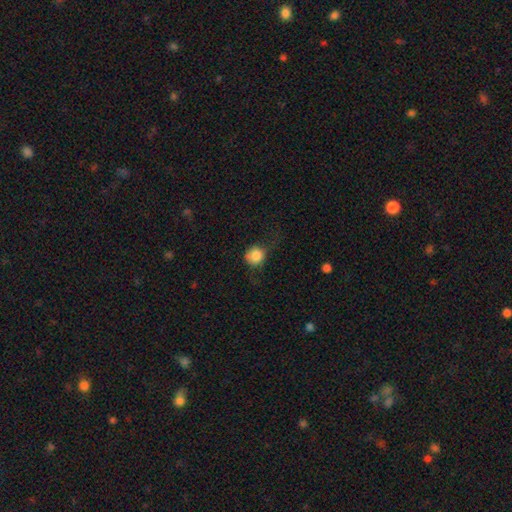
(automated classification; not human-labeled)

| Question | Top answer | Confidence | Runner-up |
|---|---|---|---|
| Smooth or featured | smooth | 83% | star or artifact (9%) |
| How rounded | round | 85% | in between (14%) |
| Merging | none | 53% | minor disturbance (28%) |